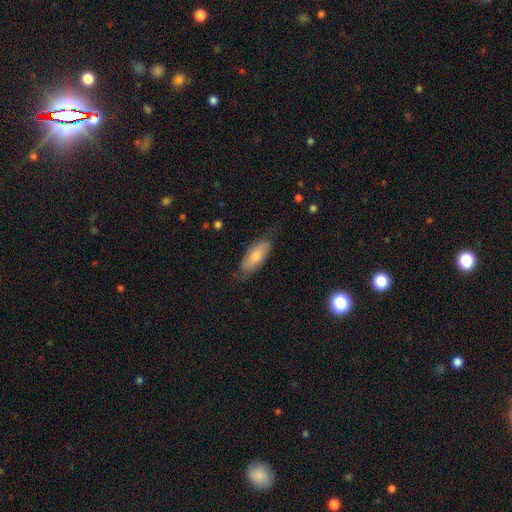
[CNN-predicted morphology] Overall: smooth (59%; featured or disk 34%). How rounded: in between (75%). Merging: none (72%).